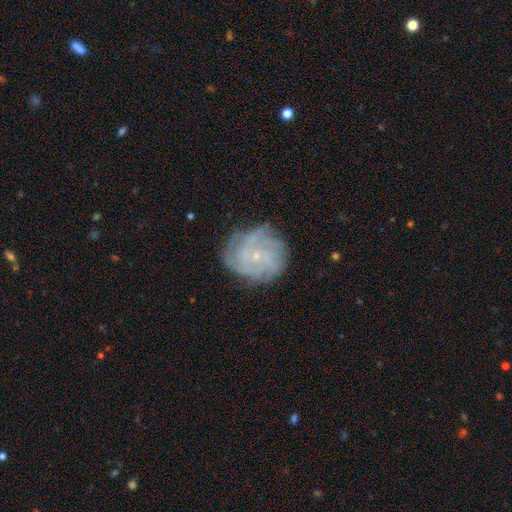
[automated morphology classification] Smooth or featured?
  - featured or disk: 76% *
  - smooth: 15%
  - star or artifact: 9%
Edge-on disk?
  - no: 97% *
  - yes: 3%
Bar?
  - no: 80% *
  - weak: 17%
  - strong: 3%
Spiral arms?
  - yes: 91% *
  - no: 9%
Spiral winding?
  - tight: 66% *
  - medium: 26%
  - loose: 8%
Spiral arm count?
  - can't tell: 32% *
  - 4: 25%
  - more than 4: 17%
  - 3: 12%
  - 2: 8%
  - 1: 6%
Bulge size?
  - small: 83% *
  - moderate: 11%
  - none: 4%
  - large: 1%
  - dominant: 1%
Merging?
  - none: 76% *
  - minor disturbance: 16%
  - major disturbance: 7%
  - merger: 2%